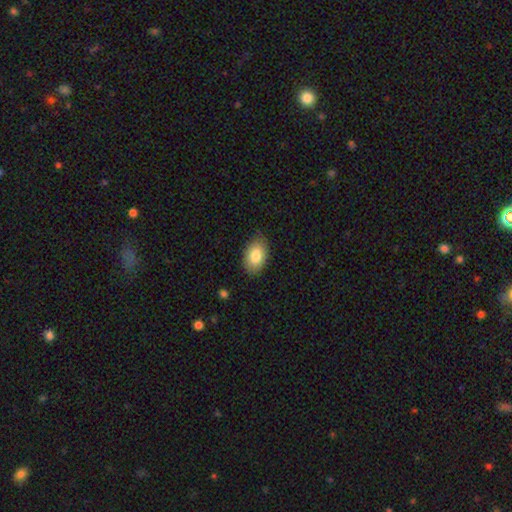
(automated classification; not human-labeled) Smooth or featured? Predicted: smooth (p=0.84). How rounded? Predicted: in between (p=0.91). Merging? Predicted: none (p=0.82).